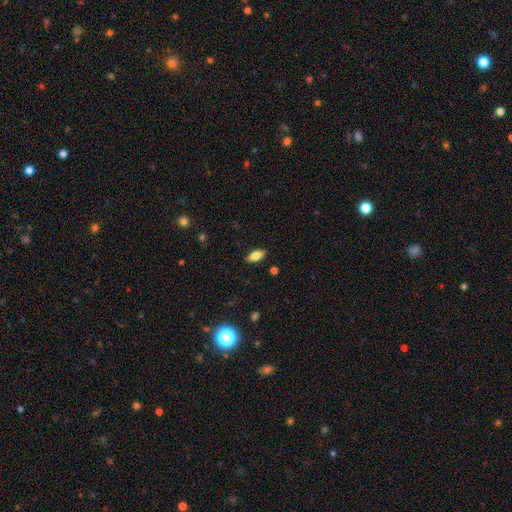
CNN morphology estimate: Smooth or featured: smooth — 77% (featured or disk — 15%)
How rounded: in between — 86% (cigar-shaped — 12%)
Merging: none — 88% (minor disturbance — 9%)